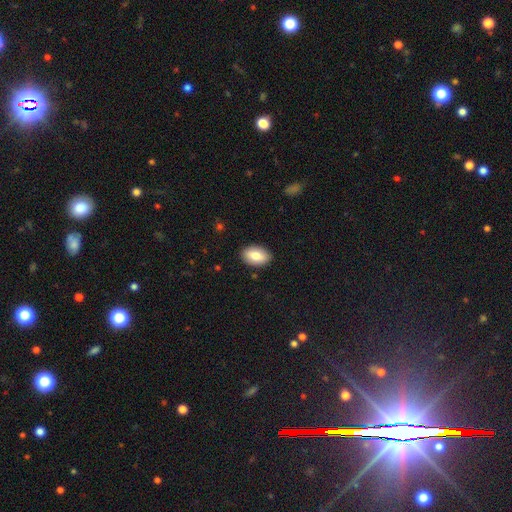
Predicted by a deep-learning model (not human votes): Smooth or featured?
  - smooth: 80% *
  - featured or disk: 13%
  - star or artifact: 7%
How rounded?
  - in between: 90% *
  - round: 8%
  - cigar-shaped: 1%
Merging?
  - none: 88% *
  - minor disturbance: 9%
  - major disturbance: 2%
  - merger: 1%